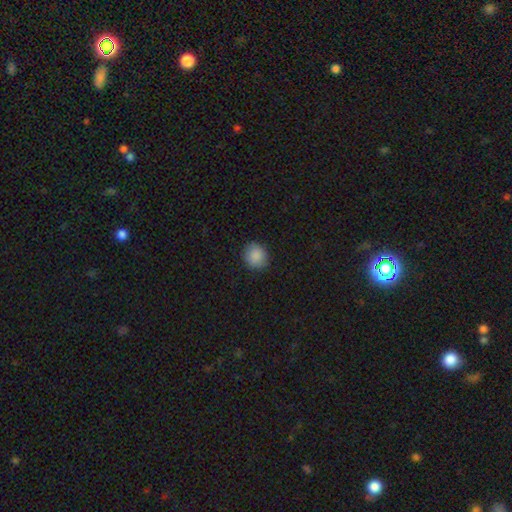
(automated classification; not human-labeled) A smooth galaxy with no disk features (88%) that is round (81%). Merging: none (88%).